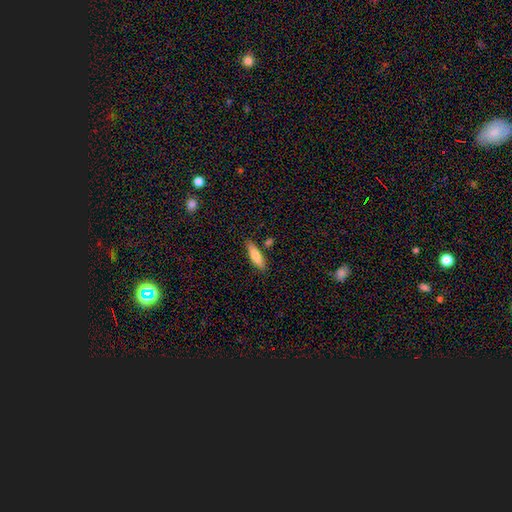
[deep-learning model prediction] A smooth galaxy with no disk features (80%) that is cigar-shaped (56%). Merging: none (81%).